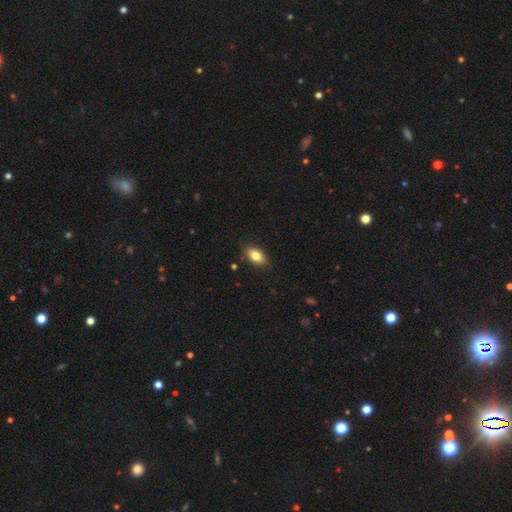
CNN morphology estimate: Q: Smooth or featured?
A: smooth (82%); runner-up: featured or disk (10%)
Q: How rounded?
A: in between (89%); runner-up: round (7%)
Q: Merging?
A: none (85%); runner-up: minor disturbance (11%)